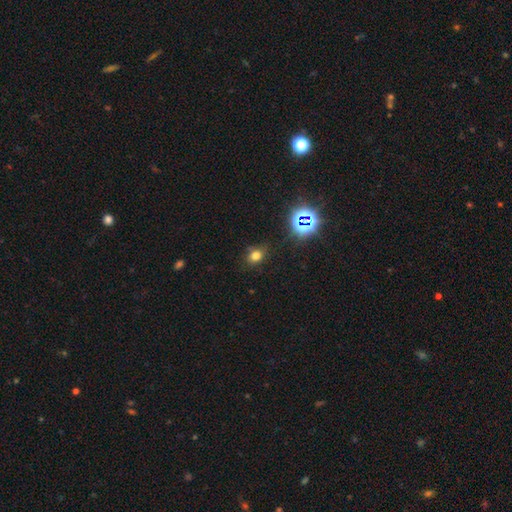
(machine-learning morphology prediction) smooth_or_featured: smooth (p=0.69) [alt: star or artifact p=0.23]
how_rounded: round (p=0.52) [alt: in between p=0.46]
merging: none (p=0.78) [alt: minor disturbance p=0.16]